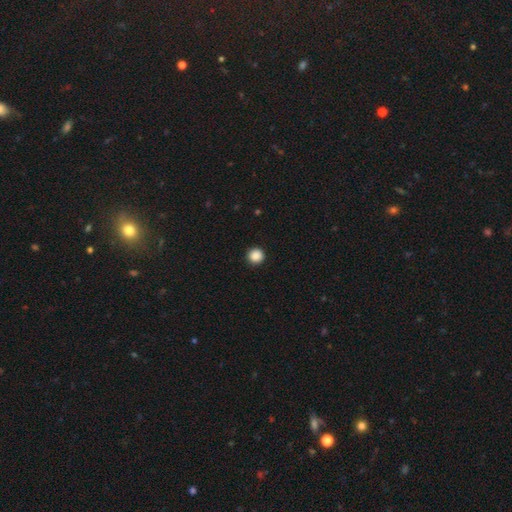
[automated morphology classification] This is clearly a smooth galaxy (88%). How rounded: clearly round (95%). Merging: clearly none (93%).